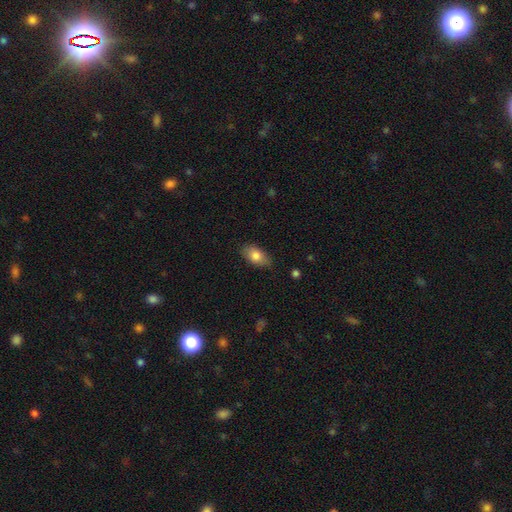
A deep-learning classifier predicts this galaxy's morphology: Smooth or featured?
  - smooth: 81% *
  - featured or disk: 12%
  - star or artifact: 7%
How rounded?
  - in between: 90% *
  - round: 7%
  - cigar-shaped: 3%
Merging?
  - none: 81% *
  - minor disturbance: 15%
  - major disturbance: 3%
  - merger: 1%